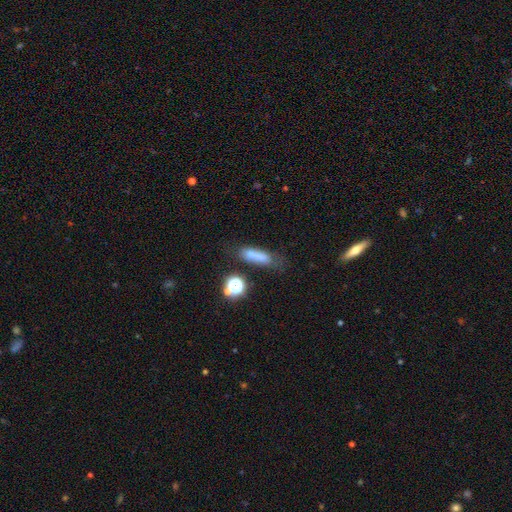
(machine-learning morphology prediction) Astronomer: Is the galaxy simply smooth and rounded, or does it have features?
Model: smooth — 70%.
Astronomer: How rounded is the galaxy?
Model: cigar-shaped — 53% (runner-up: in between, 39%).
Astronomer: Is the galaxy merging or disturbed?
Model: none — 53%.